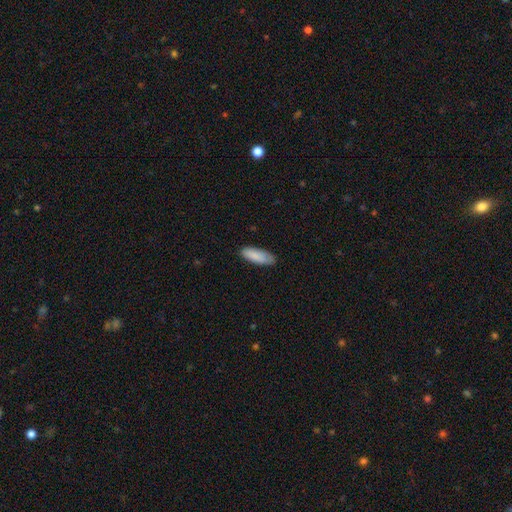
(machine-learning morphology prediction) A smooth galaxy with no disk features (87%) that is in between round and cigar-shaped (68%). Merging: none (78%).